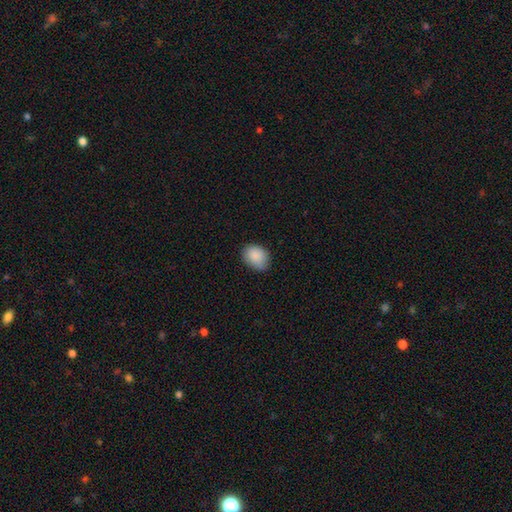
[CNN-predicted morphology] smooth 89%, star or artifact 7%, featured or disk 4%. Down the decision tree: how rounded — in between (63%); merging — none (73%).